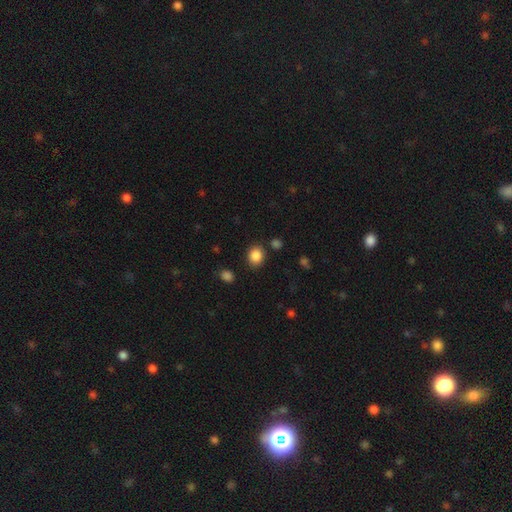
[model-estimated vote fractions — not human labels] Smooth or featured?
  - smooth: 87% *
  - star or artifact: 10%
  - featured or disk: 4%
How rounded?
  - round: 65% *
  - in between: 34%
  - cigar-shaped: 1%
Merging?
  - none: 84% *
  - minor disturbance: 9%
  - merger: 4%
  - major disturbance: 3%